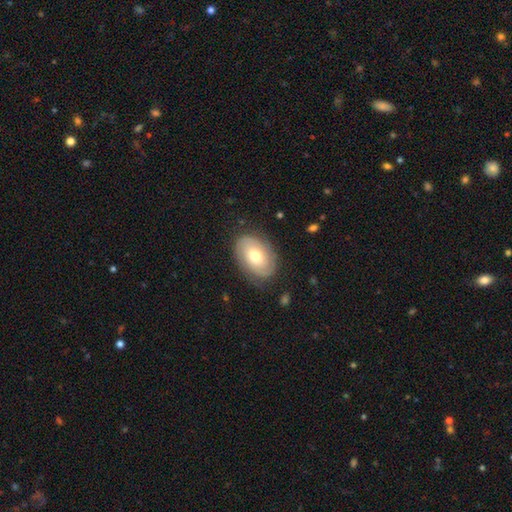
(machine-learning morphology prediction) The model was most divided on "smooth or featured": featured or disk: 54%, smooth: 40%, star or artifact: 7%. More confident: edge-on disk — no (94%); merging — none (78%); bar — no (76%); spiral arms — yes (74%); bulge size — moderate (71%).